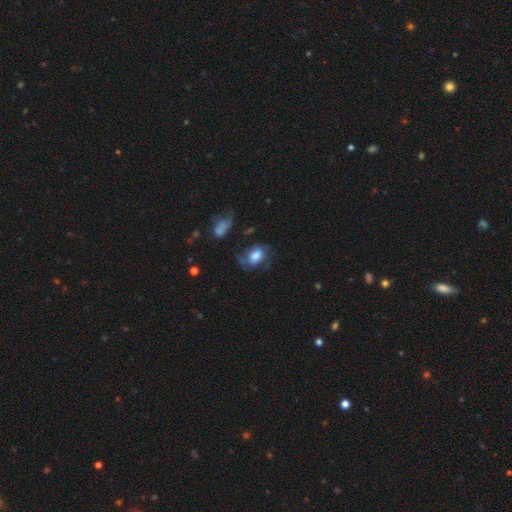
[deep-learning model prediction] smooth-or-featured: smooth: 60% | featured or disk: 31% | star or artifact: 9%
  how-rounded: in between: 73% | round: 26% | cigar-shaped: 2%
  merging: none: 45% | minor disturbance: 27% | major disturbance: 24% | merger: 5%